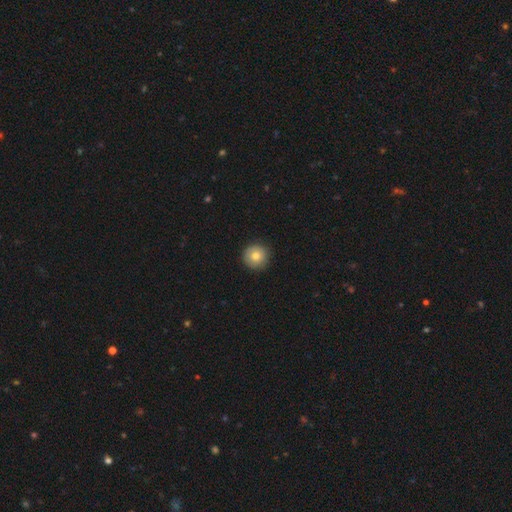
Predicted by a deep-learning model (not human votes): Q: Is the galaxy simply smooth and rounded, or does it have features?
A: smooth — 78%.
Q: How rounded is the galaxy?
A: round — 95%.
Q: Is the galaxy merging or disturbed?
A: none — 90%.